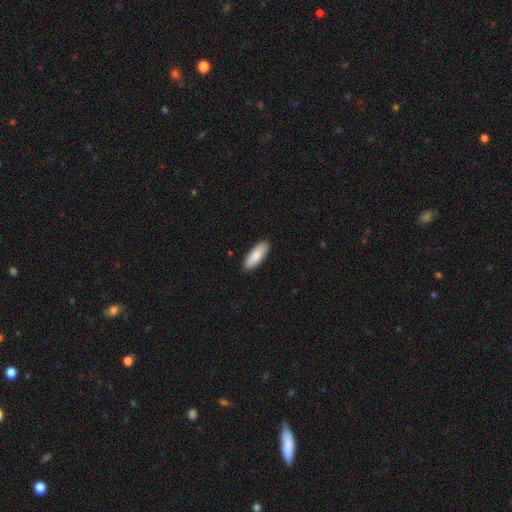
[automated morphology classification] smooth-or-featured: smooth: 85% | featured or disk: 10% | star or artifact: 5%
  how-rounded: in between: 66% | cigar-shaped: 32% | round: 2%
  merging: none: 90% | minor disturbance: 8% | major disturbance: 1% | merger: 1%